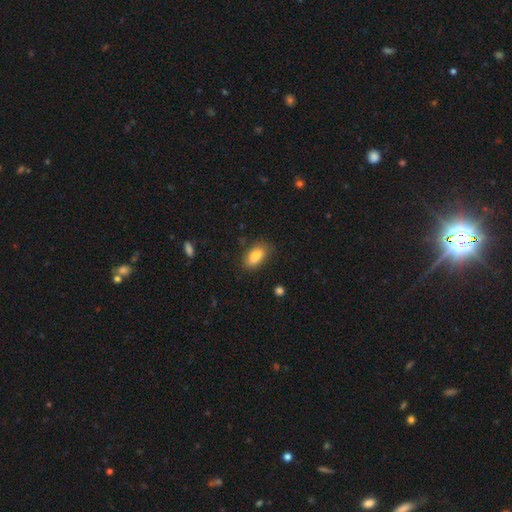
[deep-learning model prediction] This appears to be a smooth galaxy with no disk features (84%) that is in between round and cigar-shaped (90%). Merging: none (79%).